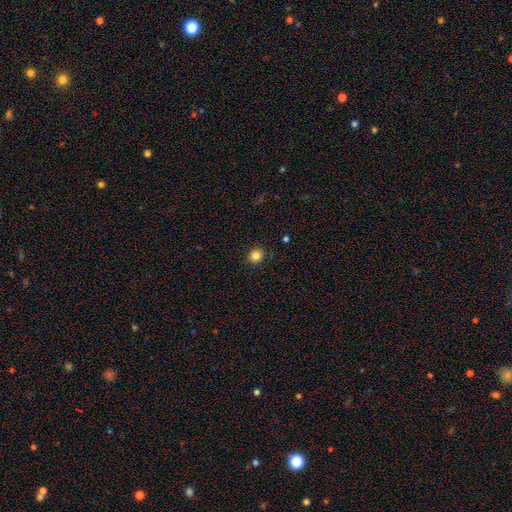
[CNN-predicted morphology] smooth_or_featured: smooth (p=0.83) [alt: star or artifact p=0.12]
how_rounded: round (p=0.86) [alt: in between p=0.13]
merging: none (p=0.90) [alt: minor disturbance p=0.07]